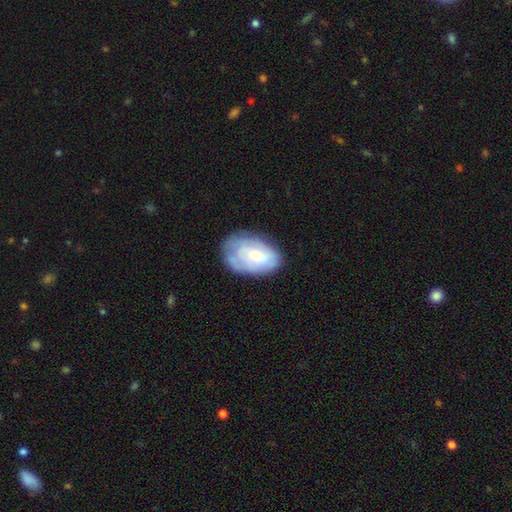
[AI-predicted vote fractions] Smooth or featured?
  - smooth: 54% *
  - featured or disk: 39%
  - star or artifact: 7%
How rounded?
  - in between: 89% *
  - round: 10%
  - cigar-shaped: 1%
Merging?
  - none: 59% *
  - minor disturbance: 29%
  - major disturbance: 11%
  - merger: 2%